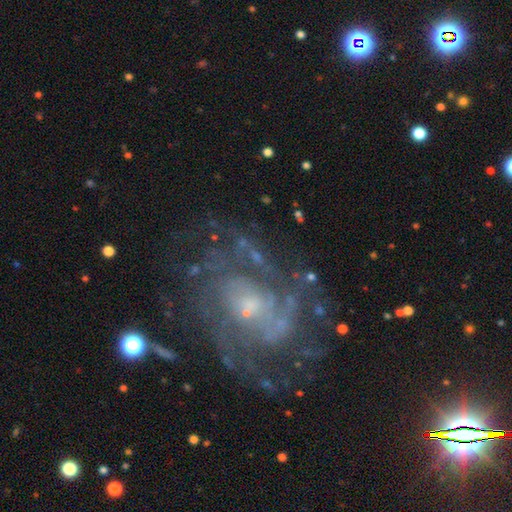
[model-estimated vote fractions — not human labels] Overall: featured or disk (83%). Edge-on disk: no (97%). Bar: no (61%; weak 31%). Spiral arms: yes (90%). Spiral arm count: can't tell (40%; 2 25%). Spiral winding: tight (50%; medium 38%). Bulge size: small (61%; moderate 28%). Merging: none (70%).